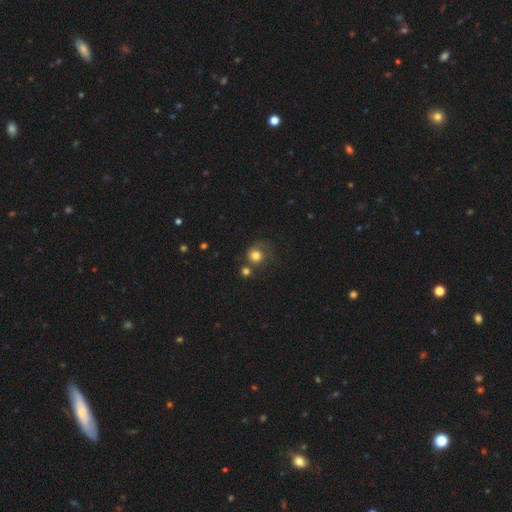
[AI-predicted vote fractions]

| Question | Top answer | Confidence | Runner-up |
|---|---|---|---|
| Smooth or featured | smooth | 72% | featured or disk (18%) |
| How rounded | round | 84% | in between (15%) |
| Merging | none | 46% | major disturbance (21%) |